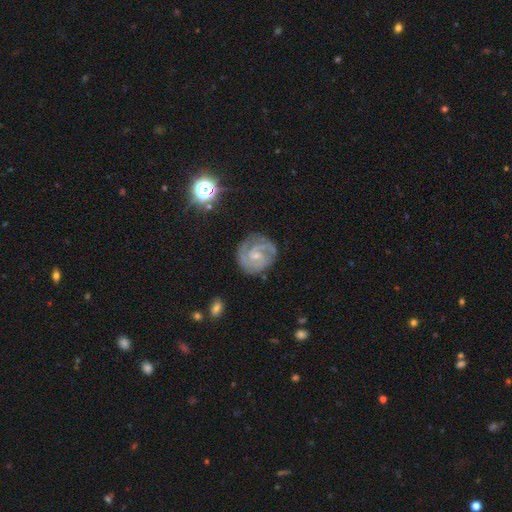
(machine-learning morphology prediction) This appears to be a featured or disk galaxy (86%) with no bar (49%), 2 (56%) tight (61%) spiral arms (97%) and a small central bulge (66%). Merging: none (75%).